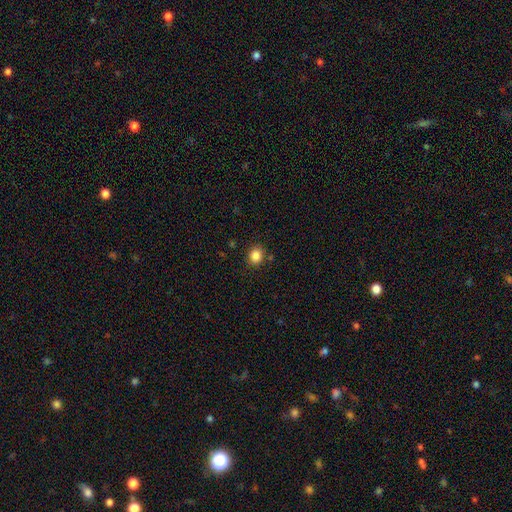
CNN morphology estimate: smooth_or_featured: smooth (p=0.85) [alt: star or artifact p=0.11]
how_rounded: round (p=0.73) [alt: in between p=0.27]
merging: none (p=0.86) [alt: minor disturbance p=0.09]